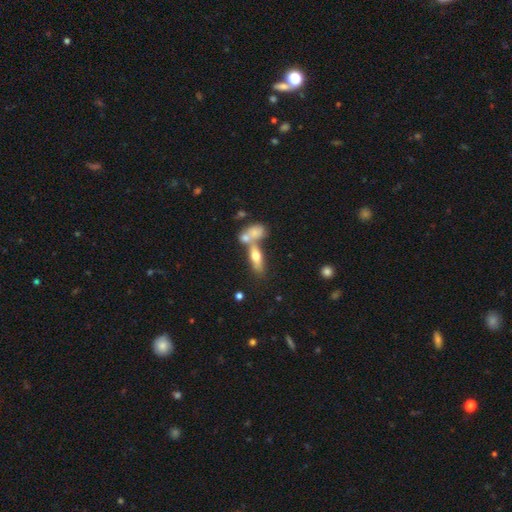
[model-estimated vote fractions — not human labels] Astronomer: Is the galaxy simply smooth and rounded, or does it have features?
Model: smooth — 59%.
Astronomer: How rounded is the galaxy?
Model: in between — 58% (runner-up: cigar-shaped, 37%).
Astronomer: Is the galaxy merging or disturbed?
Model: merger — 48% (runner-up: none, 36%).